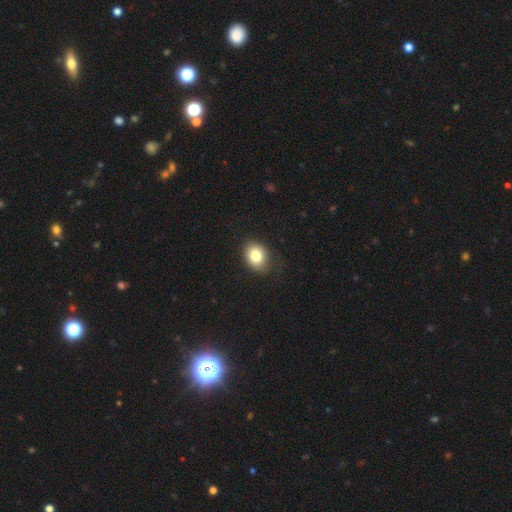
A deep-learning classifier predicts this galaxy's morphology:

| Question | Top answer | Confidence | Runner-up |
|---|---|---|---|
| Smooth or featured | smooth | 80% | featured or disk (10%) |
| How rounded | in between | 57% | round (42%) |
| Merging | none | 78% | minor disturbance (17%) |